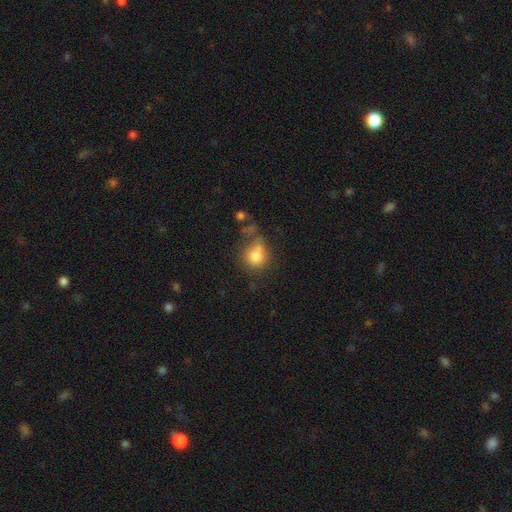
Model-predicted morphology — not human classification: Q: Smooth or featured?
A: smooth (77%); runner-up: featured or disk (13%)
Q: How rounded?
A: round (76%); runner-up: in between (22%)
Q: Merging?
A: none (44%); runner-up: minor disturbance (21%)